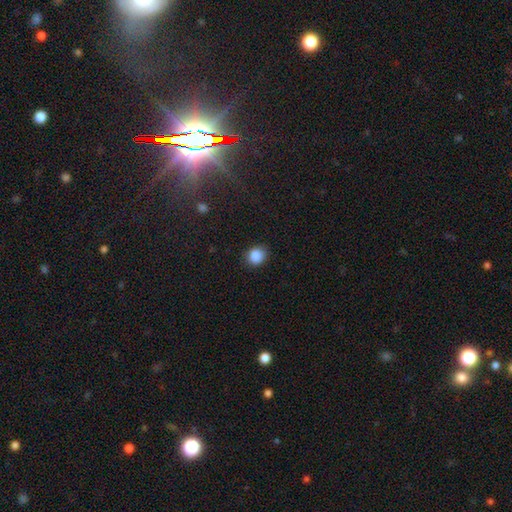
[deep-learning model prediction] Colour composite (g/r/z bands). It shows a smooth galaxy with no disk features (87%) that is round (76%). Merging: none (84%).